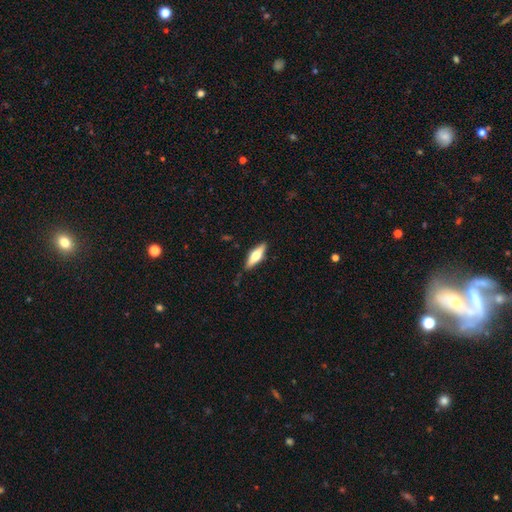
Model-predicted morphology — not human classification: smooth_or_featured: smooth (p=0.47) [tied with: featured or disk p=0.47]
merging: none (p=0.86) [alt: minor disturbance p=0.10]